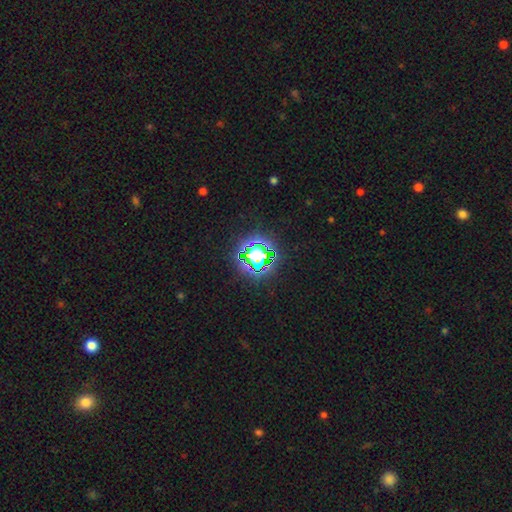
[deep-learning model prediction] The model was most divided on "smooth or featured": star or artifact: 64%, smooth: 24%, featured or disk: 12%.